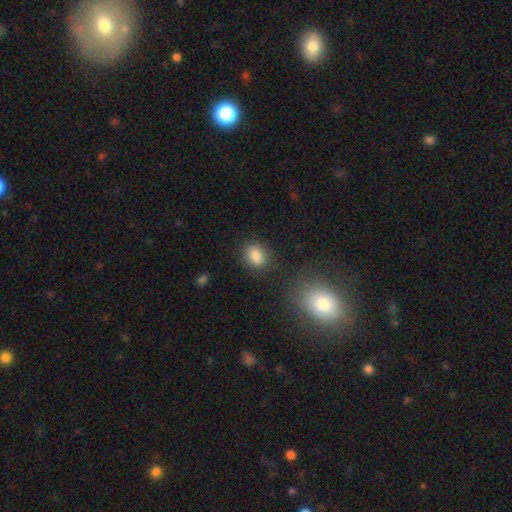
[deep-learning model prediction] This is clearly a smooth galaxy (85%). How rounded: possibly round (51%). Merging: clearly none (83%).